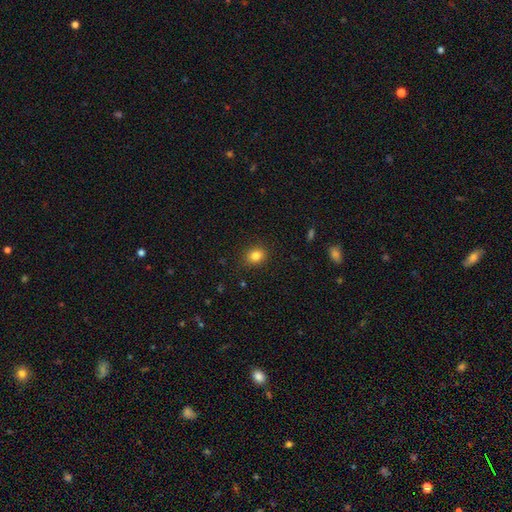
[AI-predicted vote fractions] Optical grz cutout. It shows a smooth galaxy with no disk features (84%) that is round (62%). Merging: none (87%).